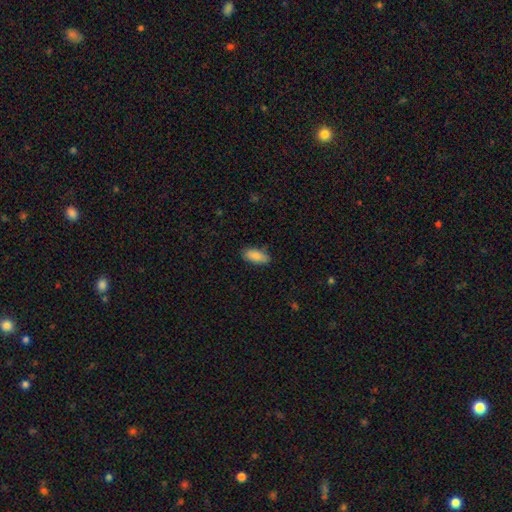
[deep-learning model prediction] This appears to be a smooth galaxy with no disk features (88%) that is in between round and cigar-shaped (84%). Merging: none (84%).